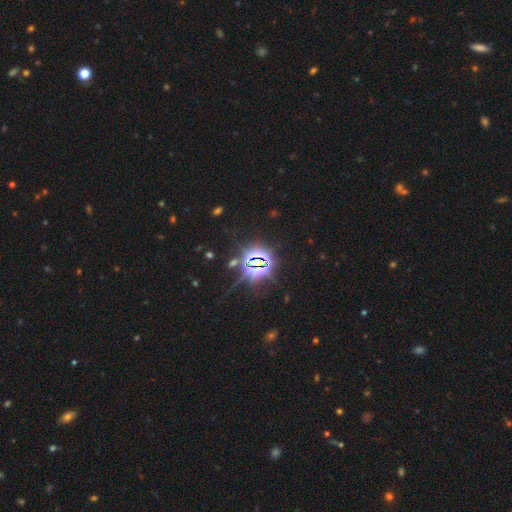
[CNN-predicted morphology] A star or artifact, not a galaxy (81%).